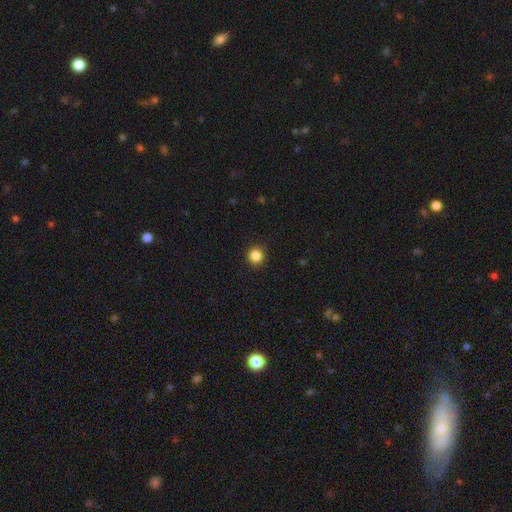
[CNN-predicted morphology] Smooth or featured? smooth (85%)
How rounded? round (91%)
Merging? none (91%)